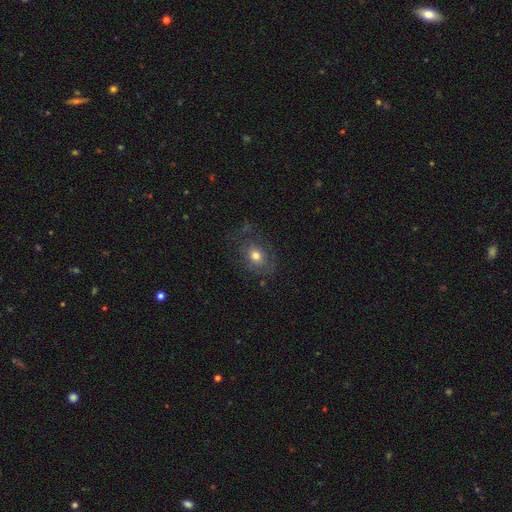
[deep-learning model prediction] A smooth galaxy with no disk features (63%) that is in between round and cigar-shaped (55%). Merging: none (62%).